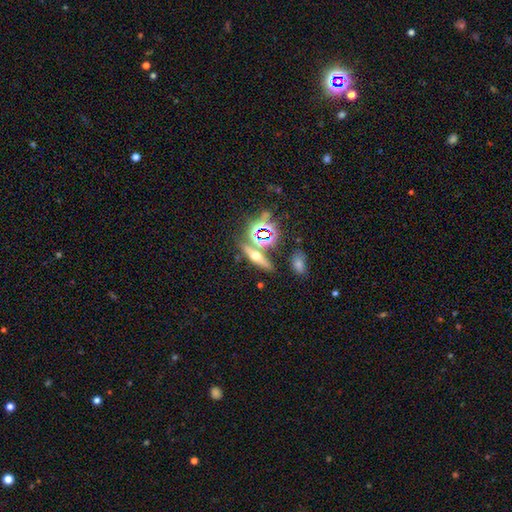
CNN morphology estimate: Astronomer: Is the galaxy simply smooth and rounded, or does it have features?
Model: featured or disk — 41% (runner-up: smooth, 31%).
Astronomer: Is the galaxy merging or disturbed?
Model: none — 74%.